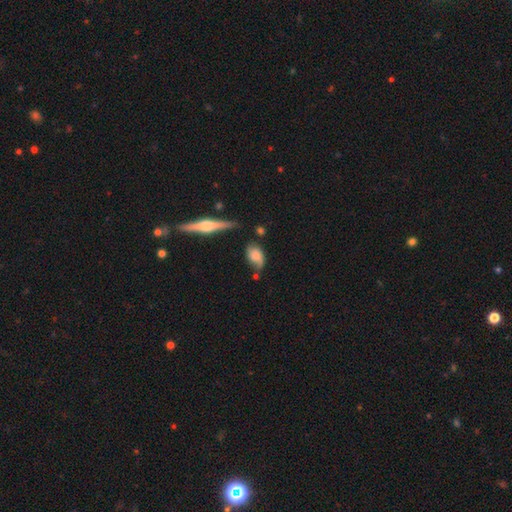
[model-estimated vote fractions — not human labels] Smooth or featured?
  - smooth: 58% *
  - featured or disk: 33%
  - star or artifact: 9%
How rounded?
  - in between: 85% *
  - round: 10%
  - cigar-shaped: 5%
Merging?
  - none: 48% *
  - minor disturbance: 33%
  - major disturbance: 11%
  - merger: 8%